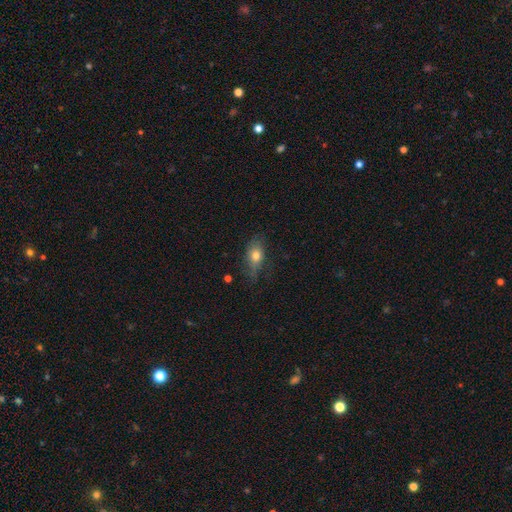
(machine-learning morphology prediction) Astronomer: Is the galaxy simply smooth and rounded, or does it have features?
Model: smooth — 72%.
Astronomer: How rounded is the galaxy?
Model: in between — 77%.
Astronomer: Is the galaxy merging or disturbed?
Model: none — 63%.